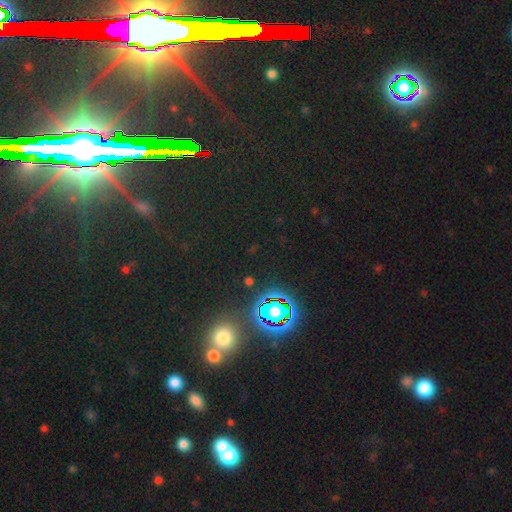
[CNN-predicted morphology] Smooth or featured? star or artifact (80%)